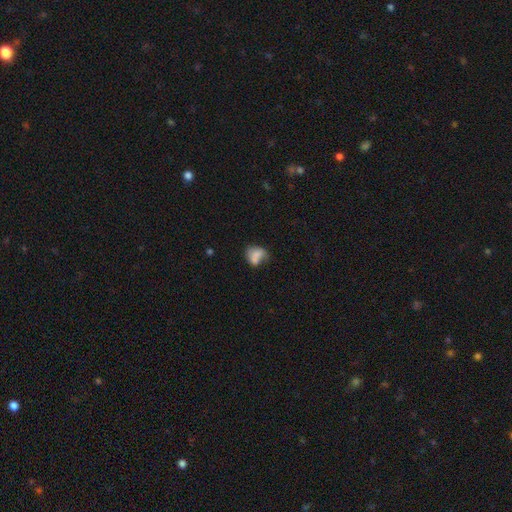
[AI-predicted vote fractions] Smooth or featured: smooth — 67% (featured or disk — 23%)
How rounded: in between — 56% (round — 43%)
Merging: none — 33% (merger — 27%)